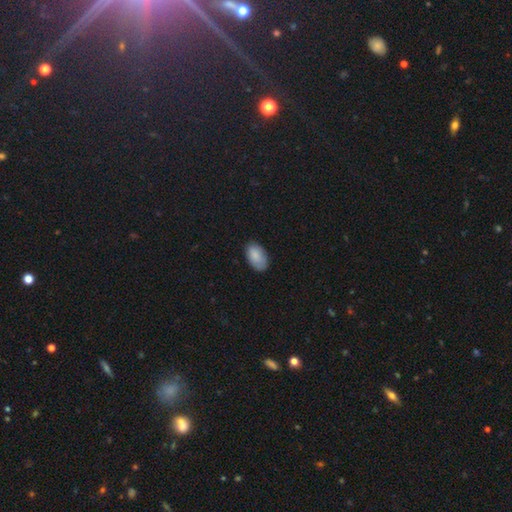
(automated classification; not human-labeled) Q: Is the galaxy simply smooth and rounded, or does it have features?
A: smooth — 87%.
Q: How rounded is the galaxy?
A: in between — 94%.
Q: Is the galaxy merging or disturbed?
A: none — 81%.